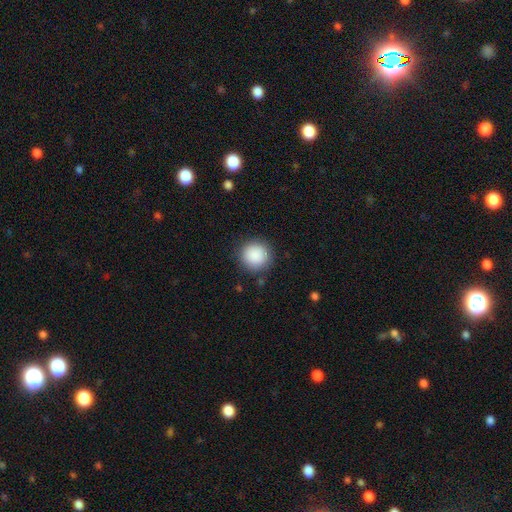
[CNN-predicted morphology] A smooth galaxy with no disk features (88%) that is round (94%). Merging: none (88%).